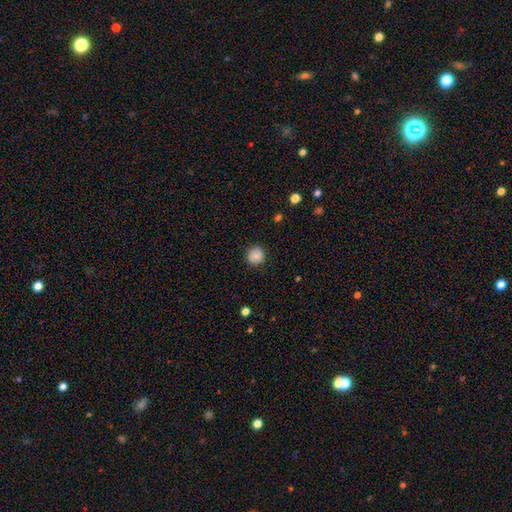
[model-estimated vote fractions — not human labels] A smooth galaxy with no disk features (87%) that is round (92%). Merging: none (89%).